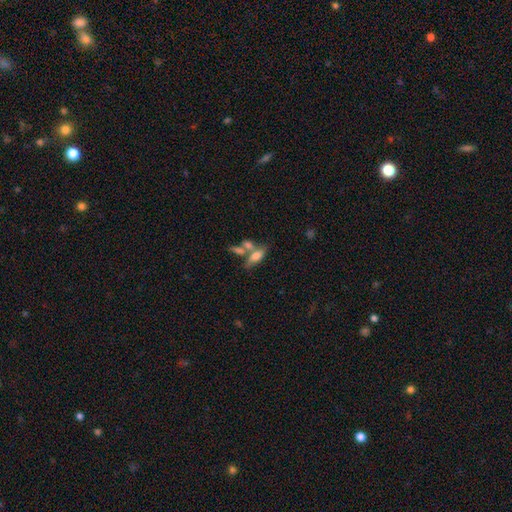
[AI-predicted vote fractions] This is likely a smooth galaxy (60%). How rounded: likely in between (69%). Merging: marginally none (41%).